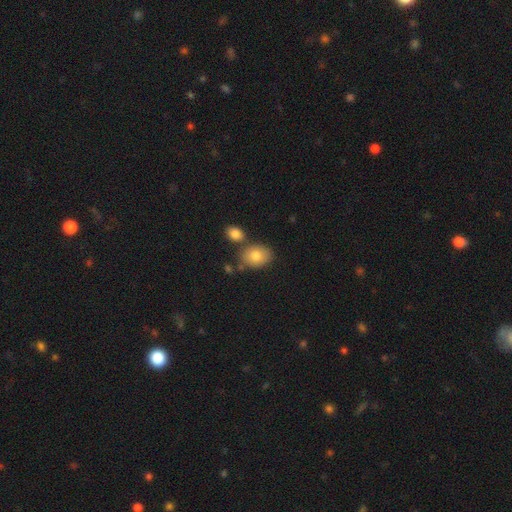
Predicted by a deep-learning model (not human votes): smooth_or_featured: smooth (p=0.81) [alt: featured or disk p=0.11]
how_rounded: in between (p=0.71) [alt: round p=0.28]
merging: none (p=0.67) [alt: merger p=0.17]